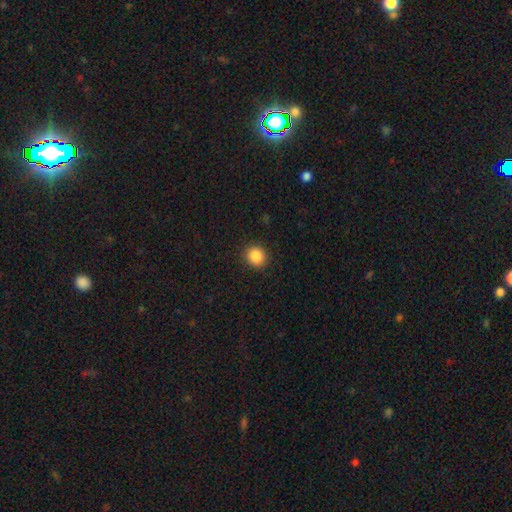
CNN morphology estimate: Smooth or featured?
  - smooth: 87% *
  - star or artifact: 10%
  - featured or disk: 3%
How rounded?
  - round: 85% *
  - in between: 14%
  - cigar-shaped: 1%
Merging?
  - none: 91% *
  - minor disturbance: 6%
  - major disturbance: 2%
  - merger: 1%